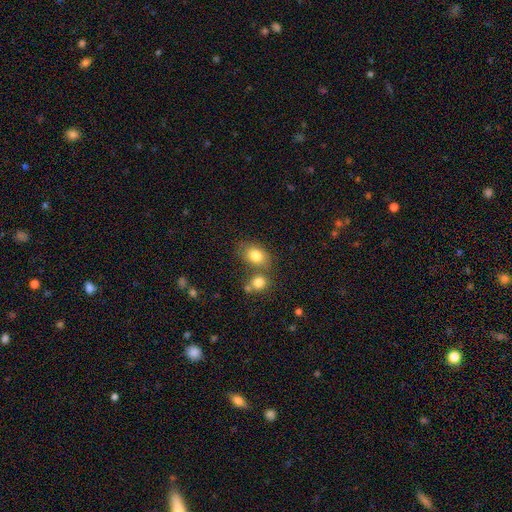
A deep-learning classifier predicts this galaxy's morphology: type=smooth (81%); roundness=in between (75%); merging=none (55%).